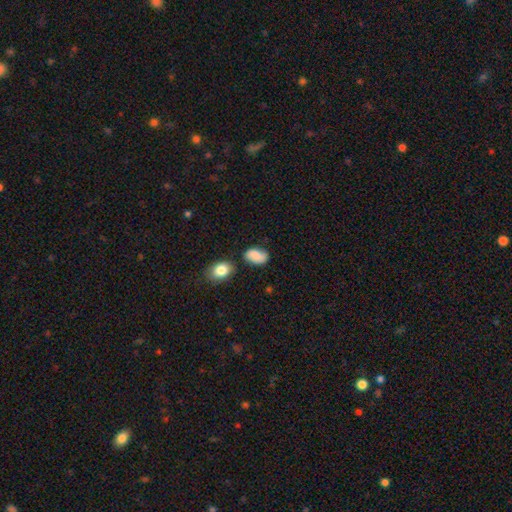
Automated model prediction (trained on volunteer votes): A smooth galaxy with no disk features (83%) that is in between round and cigar-shaped (90%).

Vote fractions:
- Smooth or featured? smooth: 83% / featured or disk: 9% / star or artifact: 8%
- How rounded? in between: 90% / round: 8% / cigar-shaped: 2%
- Merging? none: 66% / minor disturbance: 22% / merger: 7% / major disturbance: 5%